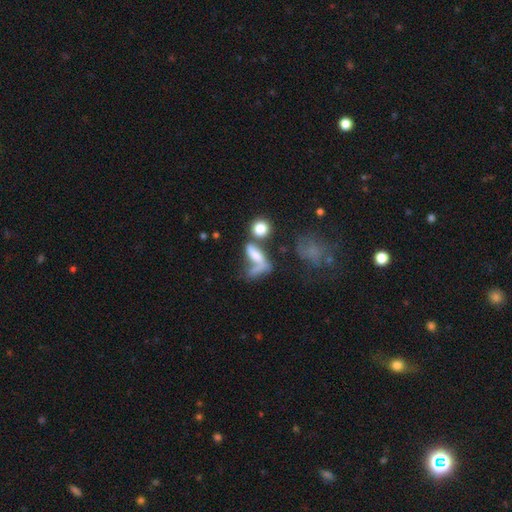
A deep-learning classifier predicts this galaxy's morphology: This appears to be a smooth galaxy with no disk features (56%) that is in between round and cigar-shaped (54%). Merging: merger (33%).